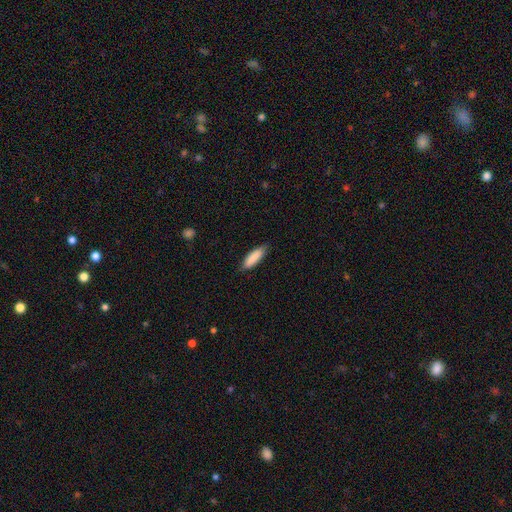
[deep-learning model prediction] A smooth galaxy with no disk features (87%) that is cigar-shaped (50%).

Vote fractions:
- Smooth or featured? smooth: 87% / featured or disk: 7% / star or artifact: 6%
- How rounded? cigar-shaped: 50% / in between: 48% / round: 1%
- Merging? none: 81% / minor disturbance: 16% / major disturbance: 2% / merger: 1%